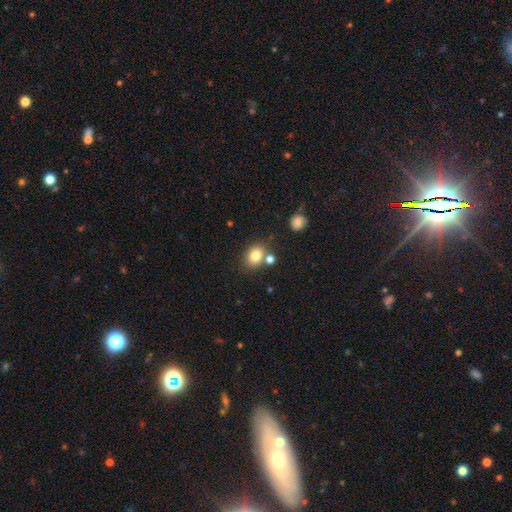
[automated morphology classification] This is clearly a smooth galaxy (81%). How rounded: possibly round (50%). Merging: likely none (66%).